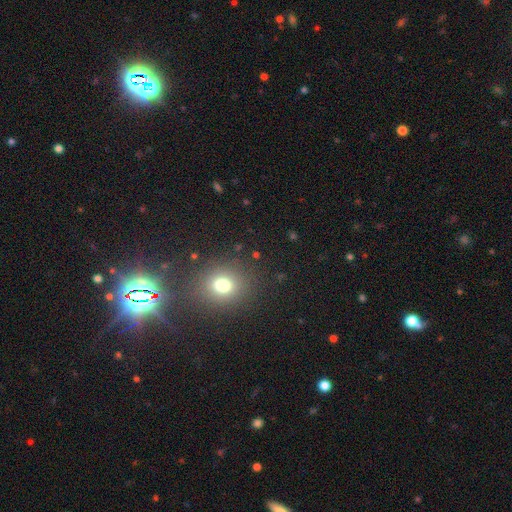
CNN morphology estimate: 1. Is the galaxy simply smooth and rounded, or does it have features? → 53% smooth, 38% star or artifact, 9% featured or disk.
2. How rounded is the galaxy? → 72% round, 26% in between, 2% cigar-shaped.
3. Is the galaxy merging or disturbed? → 85% none, 8% minor disturbance, 4% major disturbance, 4% merger.